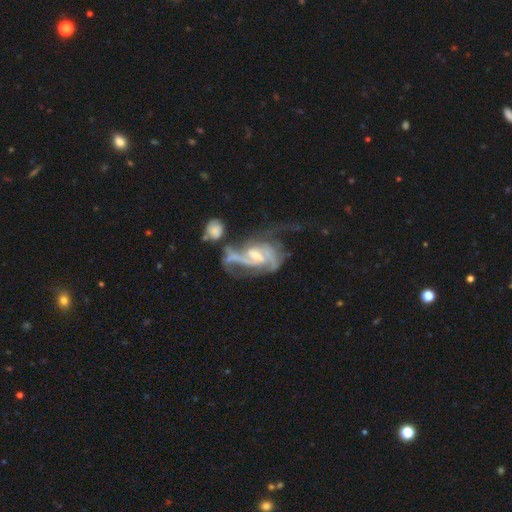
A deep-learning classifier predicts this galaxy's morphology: Q: Smooth or featured?
A: featured or disk (85%); runner-up: smooth (8%)
Q: Edge-on disk?
A: no (96%); runner-up: yes (4%)
Q: Bar?
A: weak (45%); runner-up: no (35%)
Q: Spiral arms?
A: yes (90%); runner-up: no (10%)
Q: Spiral winding?
A: medium (43%); runner-up: loose (32%)
Q: Spiral arm count?
A: 2 (51%); runner-up: can't tell (24%)
Q: Bulge size?
A: moderate (49%); runner-up: small (34%)
Q: Merging?
A: merger (34%); runner-up: major disturbance (32%)